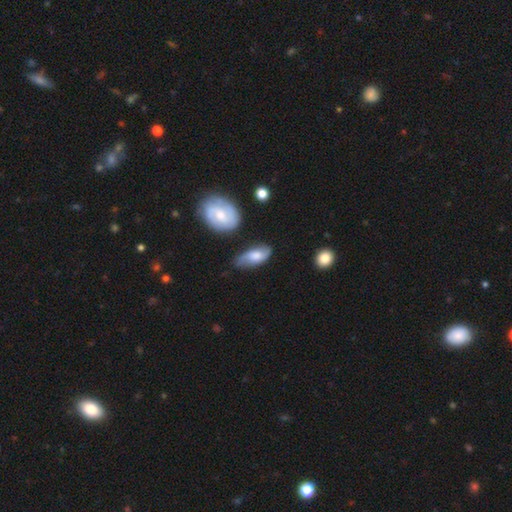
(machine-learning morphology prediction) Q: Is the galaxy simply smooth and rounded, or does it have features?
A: featured or disk — 47%.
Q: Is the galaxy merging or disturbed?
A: none — 60%.